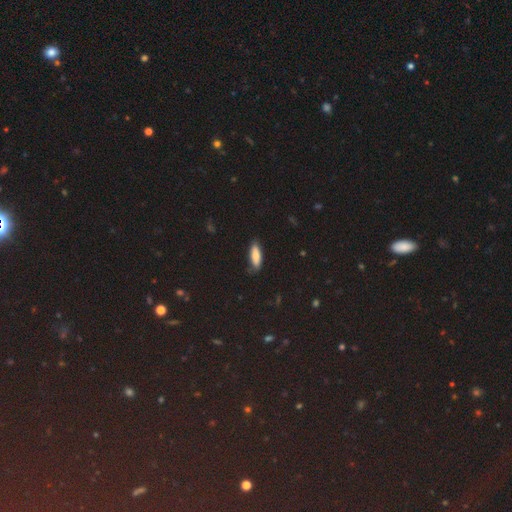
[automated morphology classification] This appears to be a smooth galaxy with no disk features (79%) that is in between round and cigar-shaped (59%). Merging: none (78%).